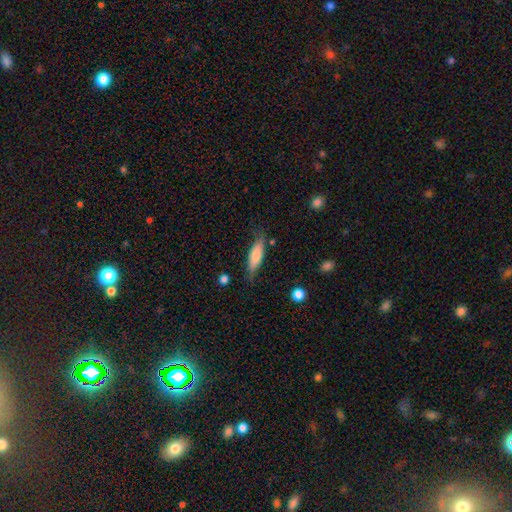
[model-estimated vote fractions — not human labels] Smooth or featured? smooth (75%)
How rounded? cigar-shaped (52%)
Merging? none (75%)